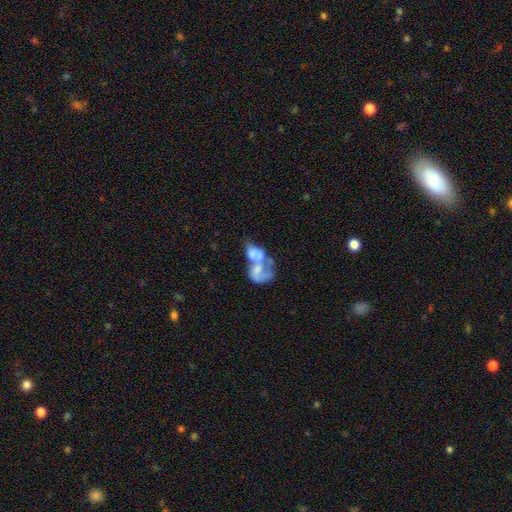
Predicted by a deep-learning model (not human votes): A featured or disk galaxy (55%) with no bar (83%), no spiral arms (72%) and no central bulge (42%).

Vote fractions:
- Smooth or featured? featured or disk: 55% / smooth: 36% / star or artifact: 9%
- Edge-on disk? no: 98% / yes: 2%
- Bar? no: 83% / weak: 13% / strong: 4%
- Spiral arms? no: 72% / yes: 28%
- Bulge size? none: 42% / moderate: 27% / small: 17% / large: 11% / dominant: 3%
- Merging? merger: 70% / major disturbance: 15% / none: 9% / minor disturbance: 6%